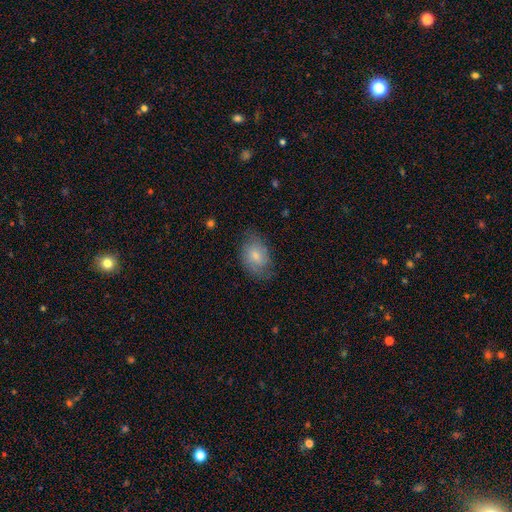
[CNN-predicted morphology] type=smooth (68%); roundness=in between (83%); merging=none (71%).